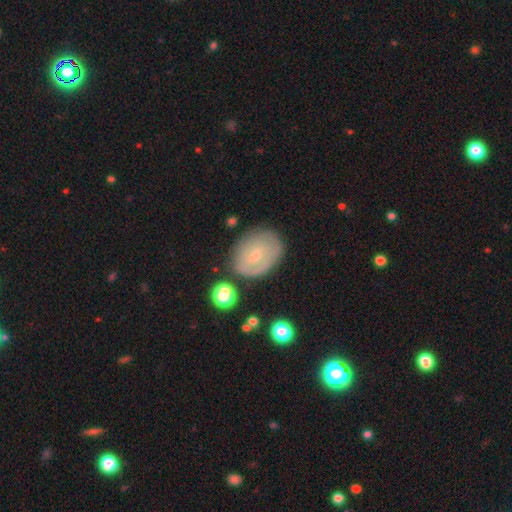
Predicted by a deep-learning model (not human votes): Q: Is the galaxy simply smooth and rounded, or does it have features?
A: smooth — 46%, tied with featured or disk.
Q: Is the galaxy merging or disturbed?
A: none — 69%.